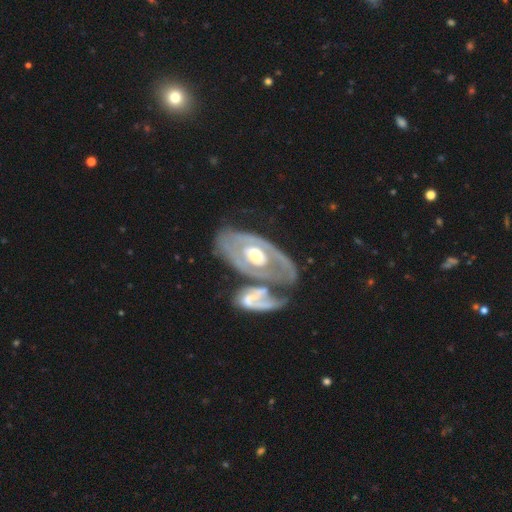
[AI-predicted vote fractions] Smooth or featured? Predicted: featured or disk (p=0.81). Edge-on disk? Predicted: no (p=0.93). Bar? Predicted: no (p=0.73). Spiral arms? Predicted: yes (p=0.63). Bulge size? Predicted: moderate (p=0.69). Merging? Predicted: none (p=0.42).